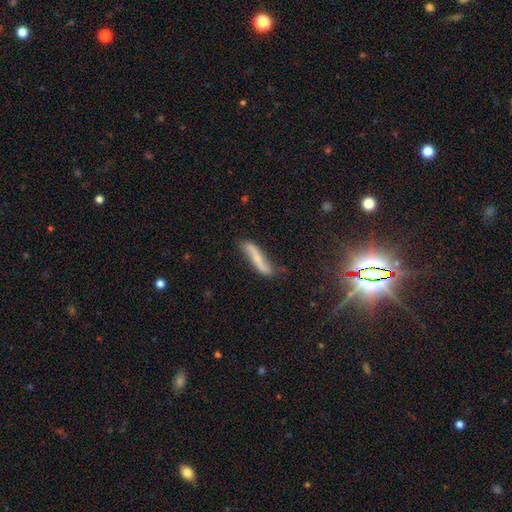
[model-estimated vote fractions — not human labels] A featured or disk galaxy (58%).

Vote fractions:
- Smooth or featured? featured or disk: 58% / smooth: 34% / star or artifact: 7%
- Edge-on disk? no: 64% / yes: 36%
- Merging? none: 65% / minor disturbance: 24% / major disturbance: 8% / merger: 4%